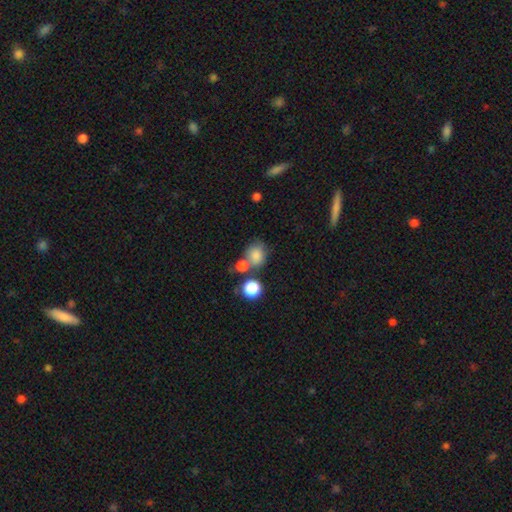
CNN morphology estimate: Smooth or featured? Predicted: smooth (p=0.80). How rounded? Predicted: round (p=0.63). Merging? Predicted: none (p=0.52).